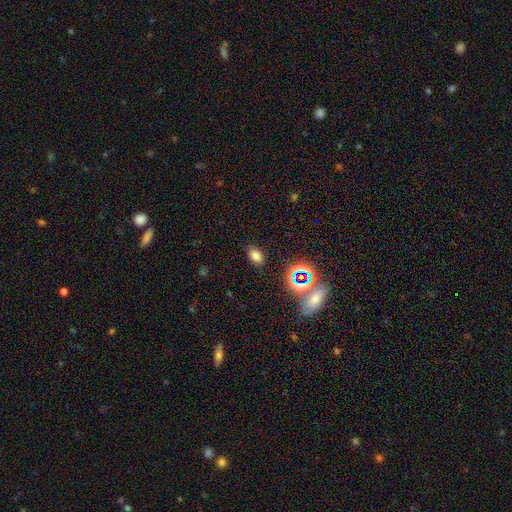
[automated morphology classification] The model was most divided on "smooth or featured": smooth: 71%, star or artifact: 21%, featured or disk: 7%. More confident: how rounded — in between (83%); merging — none (83%).